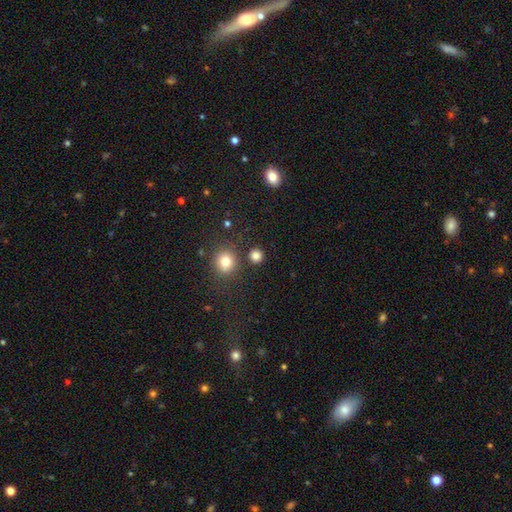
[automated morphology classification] Overall: smooth (81%). How rounded: round (91%). Merging: none (84%).